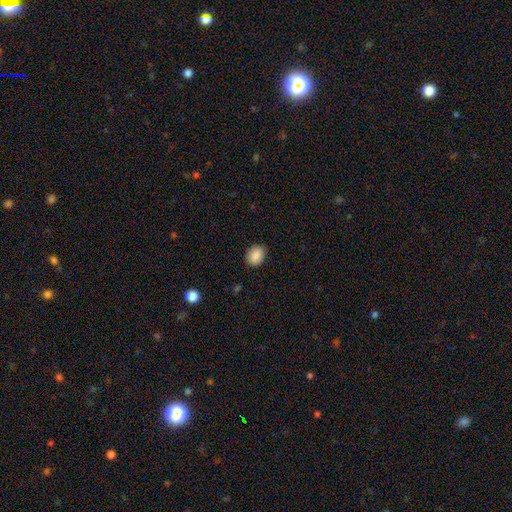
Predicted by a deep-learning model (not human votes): Smooth or featured: smooth — 88% (star or artifact — 8%)
How rounded: round — 53% (in between — 46%)
Merging: none — 86% (minor disturbance — 11%)